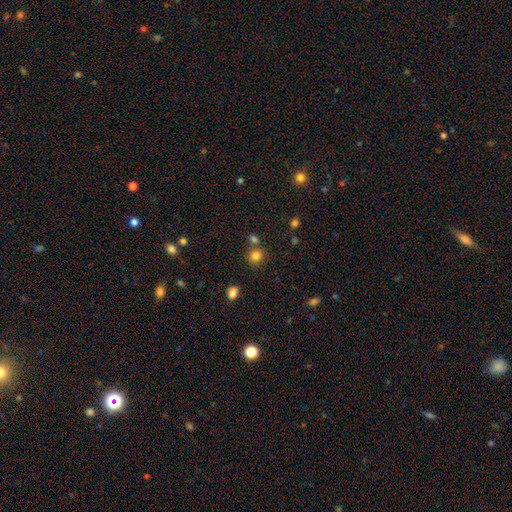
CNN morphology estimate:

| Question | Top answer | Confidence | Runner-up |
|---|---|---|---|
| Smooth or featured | smooth | 81% | star or artifact (13%) |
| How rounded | round | 87% | in between (12%) |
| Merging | none | 69% | merger (19%) |